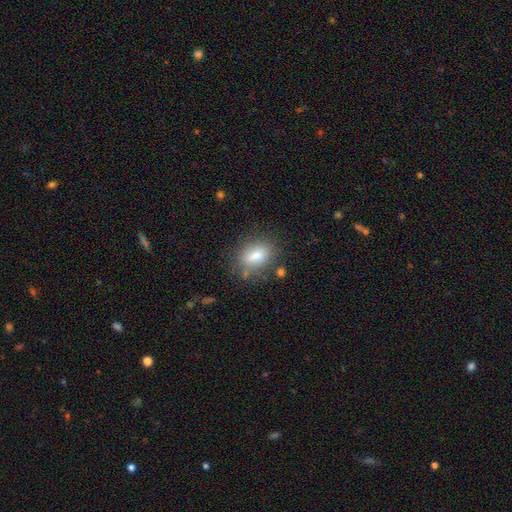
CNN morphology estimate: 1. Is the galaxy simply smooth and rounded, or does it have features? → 76% smooth, 15% featured or disk, 9% star or artifact.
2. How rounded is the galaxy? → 79% in between, 16% round, 6% cigar-shaped.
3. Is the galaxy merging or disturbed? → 74% none, 16% minor disturbance, 5% major disturbance, 5% merger.